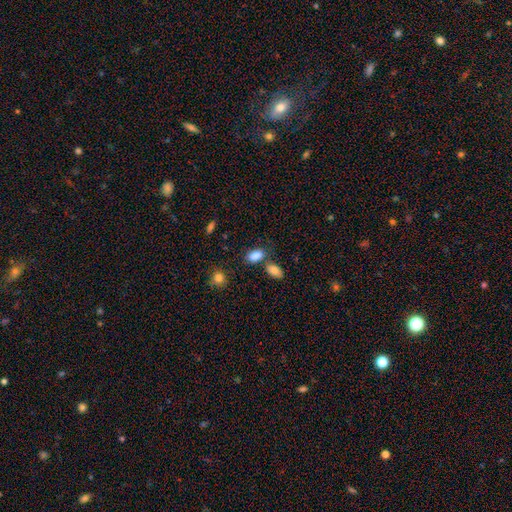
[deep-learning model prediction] A smooth galaxy with no disk features (85%) that is in between round and cigar-shaped (90%). Merging: none (57%).